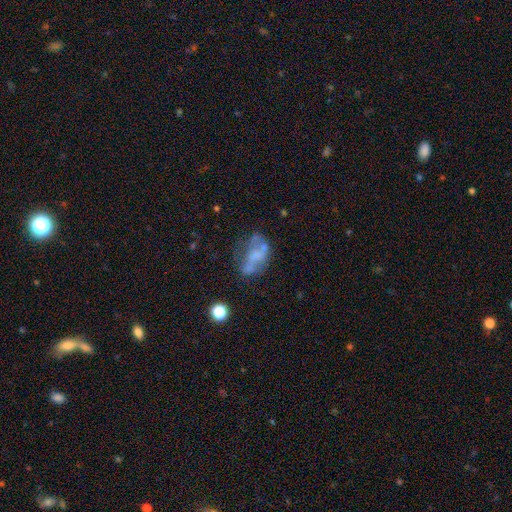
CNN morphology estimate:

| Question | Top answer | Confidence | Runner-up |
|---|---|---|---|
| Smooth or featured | featured or disk | 53% | smooth (33%) |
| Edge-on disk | no | 95% | yes (5%) |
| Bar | no | 80% | weak (14%) |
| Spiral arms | no | 85% | yes (15%) |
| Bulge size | none | 68% | small (14%) |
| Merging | none | 37% | major disturbance (25%) |